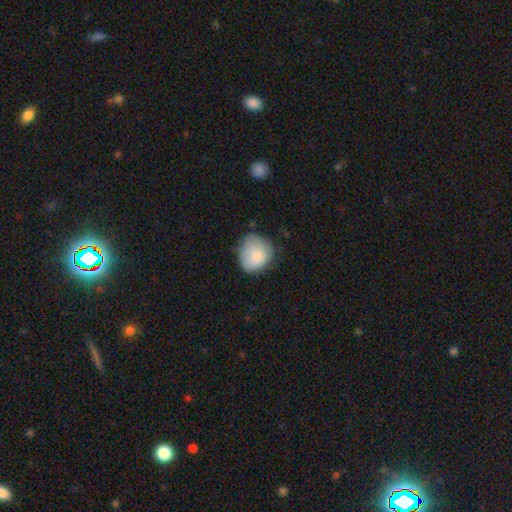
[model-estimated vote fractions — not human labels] smooth 81%, featured or disk 12%, star or artifact 7%. Down the decision tree: how rounded — round (74%); merging — none (58%).